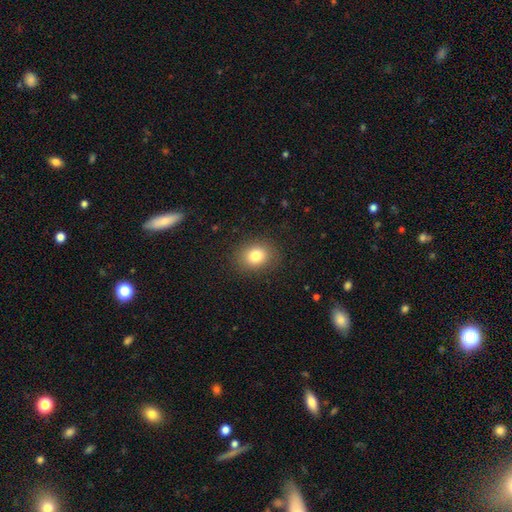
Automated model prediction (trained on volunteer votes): smooth 81%, star or artifact 11%, featured or disk 8%. Down the decision tree: how rounded — round (55%); merging — none (87%).